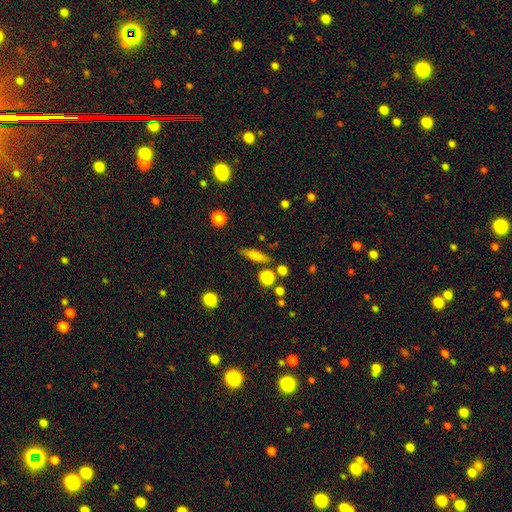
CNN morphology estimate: Smooth or featured: smooth — 68% (featured or disk — 23%)
How rounded: cigar-shaped — 61% (in between — 33%)
Merging: none — 78% (minor disturbance — 12%)